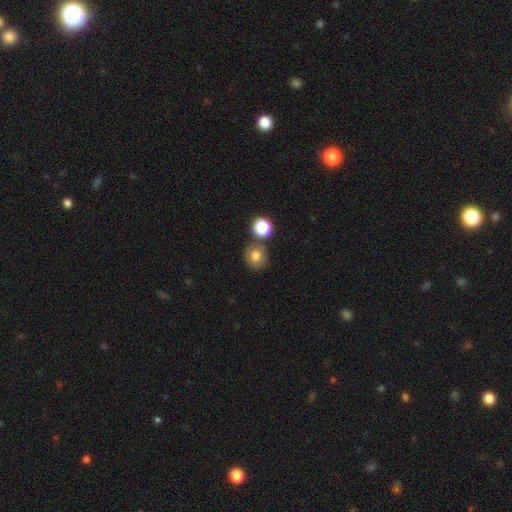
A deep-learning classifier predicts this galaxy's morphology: The model was most divided on "merging": none: 64%, merger: 20%, minor disturbance: 12%, major disturbance: 4%. More confident: how rounded — round (81%); smooth or featured — smooth (74%).